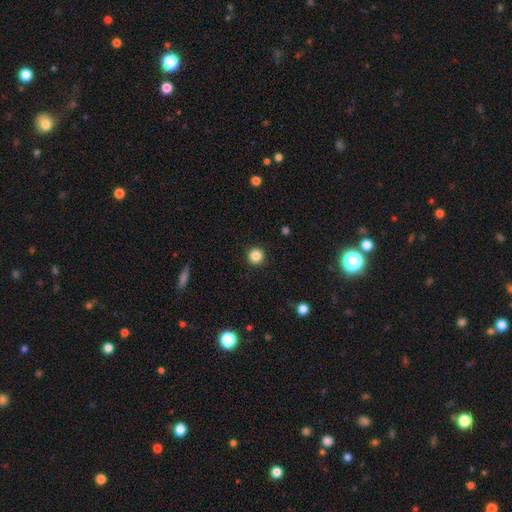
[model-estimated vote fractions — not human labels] The model was most divided on "smooth or featured": smooth: 85%, star or artifact: 11%, featured or disk: 4%. More confident: how rounded — round (95%); merging — none (93%).